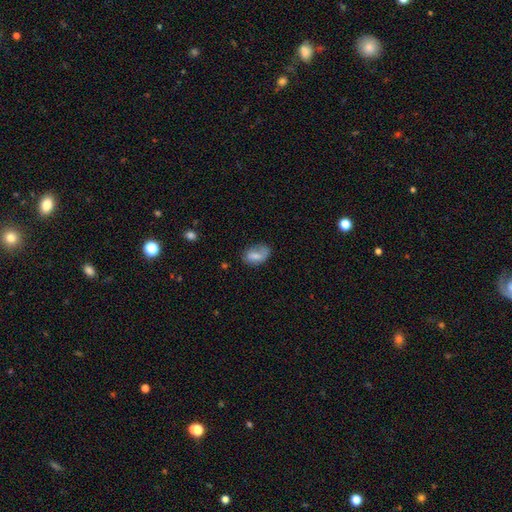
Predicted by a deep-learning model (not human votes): A smooth galaxy with no disk features (72%) that is in between round and cigar-shaped (86%).

Vote fractions:
- Smooth or featured? smooth: 72% / featured or disk: 19% / star or artifact: 9%
- How rounded? in between: 86% / round: 13% / cigar-shaped: 2%
- Merging? none: 50% / minor disturbance: 30% / major disturbance: 16% / merger: 4%